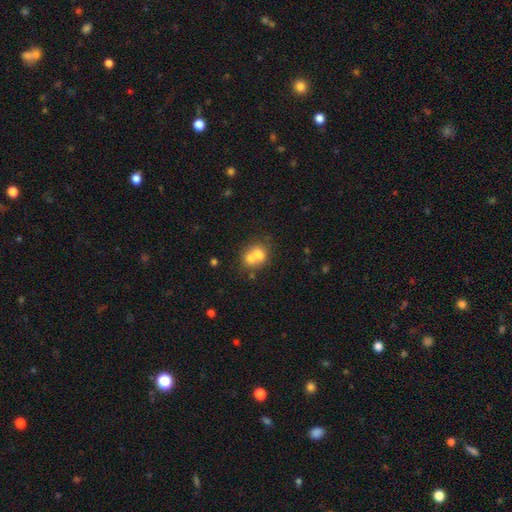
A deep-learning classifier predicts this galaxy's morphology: A smooth galaxy with no disk features (66%) that is round (60%).

Vote fractions:
- Smooth or featured? smooth: 66% / featured or disk: 23% / star or artifact: 11%
- How rounded? round: 60% / in between: 39% / cigar-shaped: 1%
- Merging? merger: 63% / none: 26% / minor disturbance: 7% / major disturbance: 4%